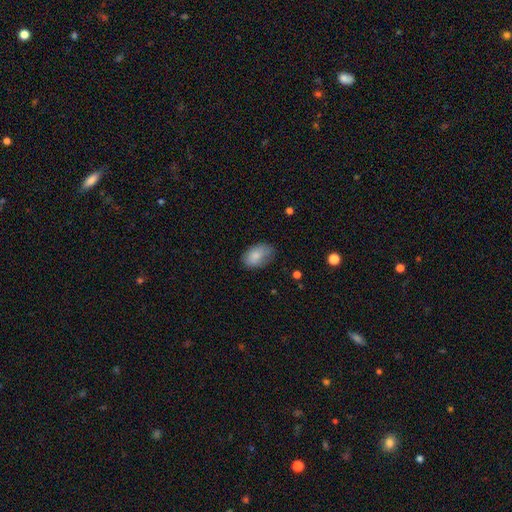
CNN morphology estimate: Q: Smooth or featured?
A: smooth (82%); runner-up: featured or disk (11%)
Q: How rounded?
A: in between (90%); runner-up: round (9%)
Q: Merging?
A: none (68%); runner-up: minor disturbance (25%)